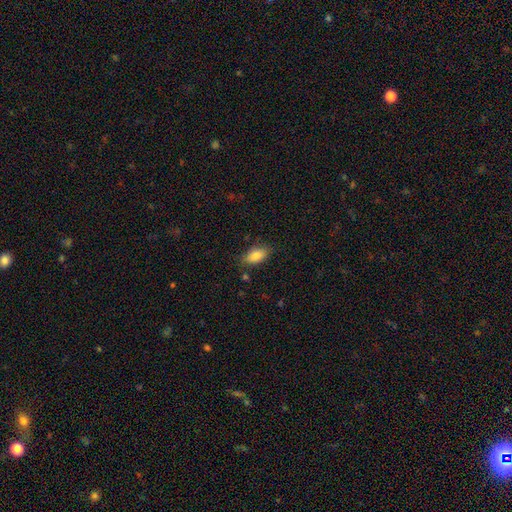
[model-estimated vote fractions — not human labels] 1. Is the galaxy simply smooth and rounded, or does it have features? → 85% smooth, 8% star or artifact, 7% featured or disk.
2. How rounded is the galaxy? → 90% in between, 5% cigar-shaped, 5% round.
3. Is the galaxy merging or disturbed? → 79% none, 16% minor disturbance, 4% major disturbance, 2% merger.